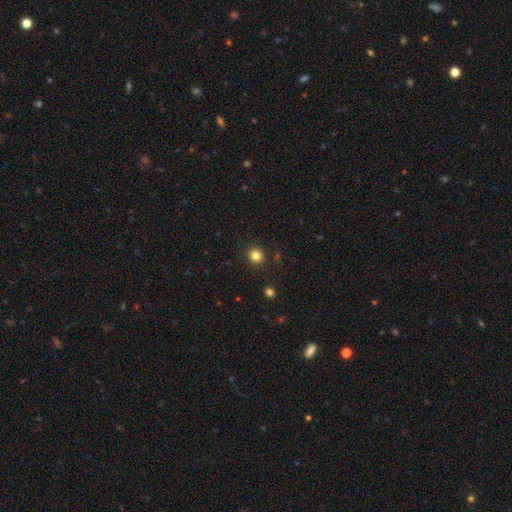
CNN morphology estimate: This appears to be a smooth galaxy with no disk features (83%) that is round (89%). Merging: none (90%).